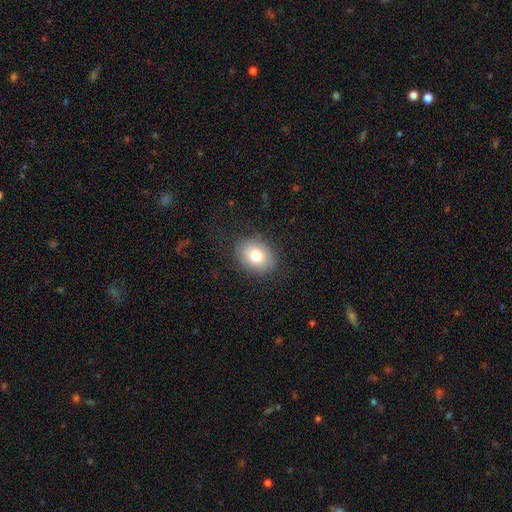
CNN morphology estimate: A smooth galaxy with no disk features (77%) that is in between round and cigar-shaped (64%).

Vote fractions:
- Smooth or featured? smooth: 77% / featured or disk: 14% / star or artifact: 8%
- How rounded? in between: 64% / round: 35% / cigar-shaped: 1%
- Merging? none: 81% / minor disturbance: 13% / major disturbance: 5% / merger: 1%